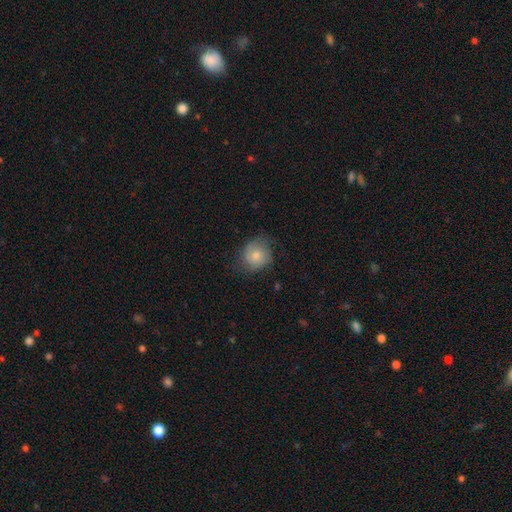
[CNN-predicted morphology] A smooth galaxy with no disk features (61%) that is round (76%). Merging: none (63%).